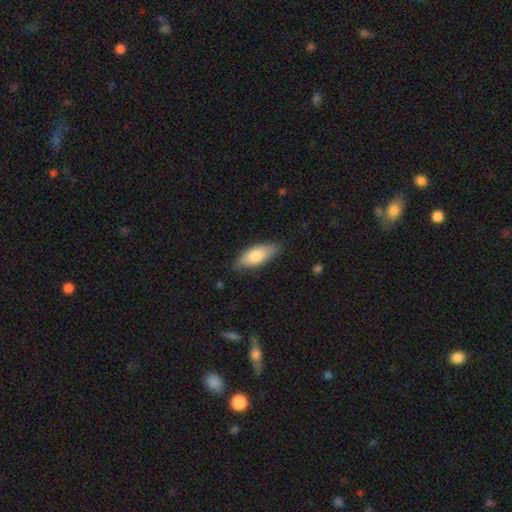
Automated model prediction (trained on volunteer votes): smooth-or-featured: smooth: 79% | featured or disk: 15% | star or artifact: 6%
  how-rounded: in between: 81% | cigar-shaped: 17% | round: 2%
  merging: none: 80% | minor disturbance: 16% | major disturbance: 2% | merger: 1%